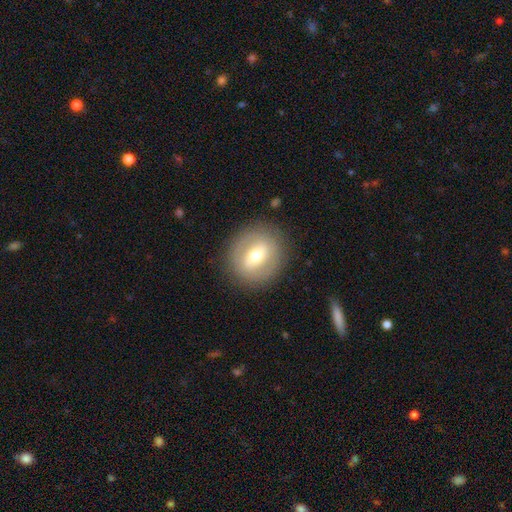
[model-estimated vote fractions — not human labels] This appears to be a featured or disk galaxy (48%). Merging: none (85%).